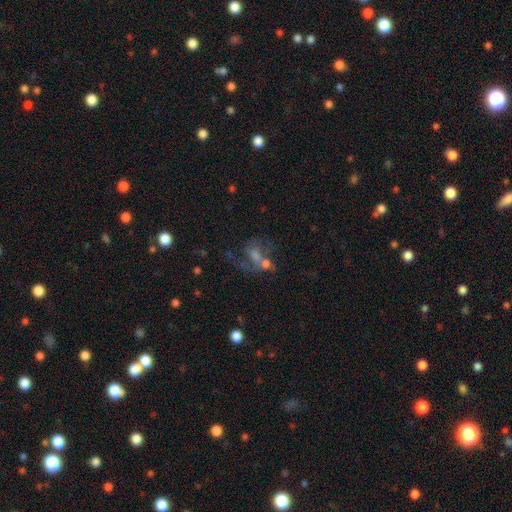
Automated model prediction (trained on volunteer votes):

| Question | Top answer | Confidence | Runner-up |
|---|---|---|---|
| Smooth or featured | featured or disk | 53% | smooth (26%) |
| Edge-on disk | no | 96% | yes (4%) |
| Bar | no | 63% | weak (29%) |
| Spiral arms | yes | 64% | no (36%) |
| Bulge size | moderate | 42% | small (29%) |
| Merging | merger | 34% | none (33%) |